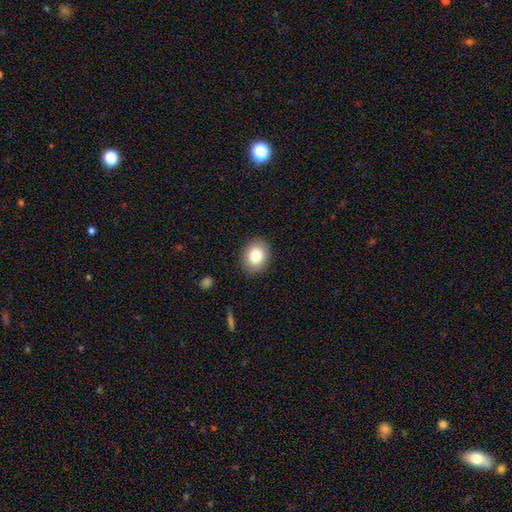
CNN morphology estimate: A smooth galaxy with no disk features (83%) that is in between round and cigar-shaped (54%).

Vote fractions:
- Smooth or featured? smooth: 83% / star or artifact: 9% / featured or disk: 8%
- How rounded? in between: 54% / round: 45% / cigar-shaped: 1%
- Merging? none: 89% / minor disturbance: 8% / major disturbance: 2% / merger: 1%